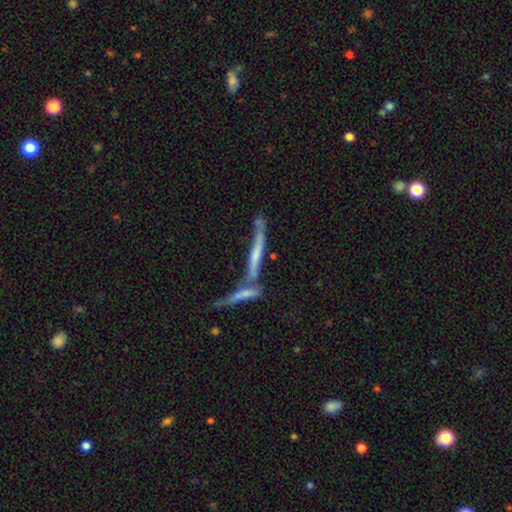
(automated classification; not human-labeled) smooth-or-featured: featured or disk: 50% | smooth: 42% | star or artifact: 8%
  merging: none: 41% | merger: 39% | minor disturbance: 13% | major disturbance: 7%